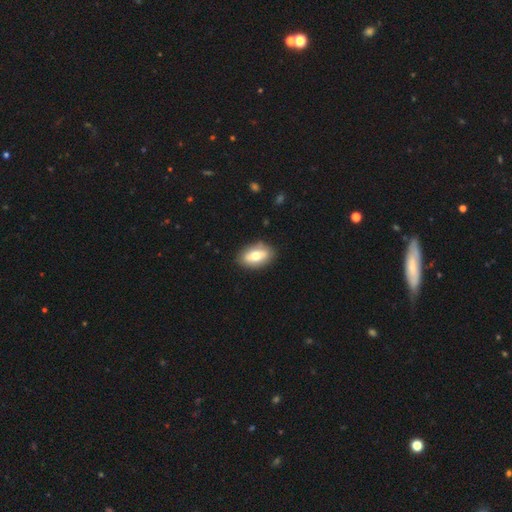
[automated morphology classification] Smooth or featured? Predicted: smooth (p=0.68). How rounded? Predicted: in between (p=0.90). Merging? Predicted: none (p=0.85).